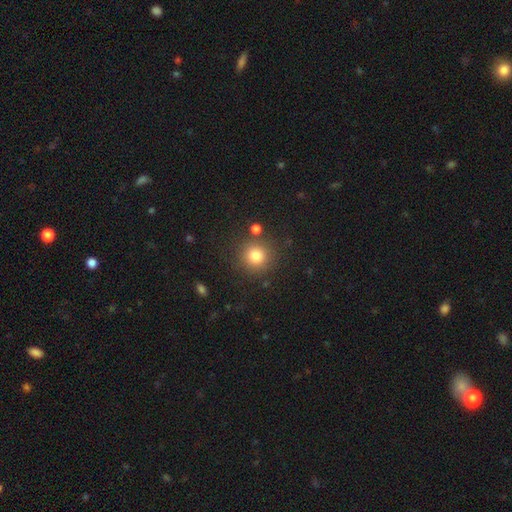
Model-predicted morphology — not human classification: smooth-or-featured: smooth: 81% | star or artifact: 12% | featured or disk: 7%
  how-rounded: round: 93% | in between: 6% | cigar-shaped: 1%
  merging: none: 83% | minor disturbance: 8% | merger: 5% | major disturbance: 3%